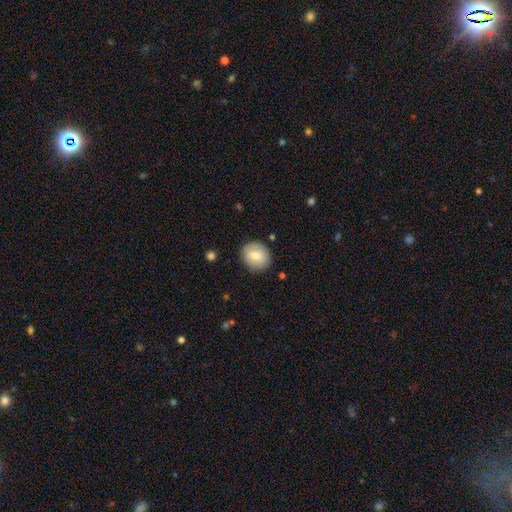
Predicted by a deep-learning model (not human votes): Smooth or featured? smooth (74%)
How rounded? round (66%)
Merging? none (84%)